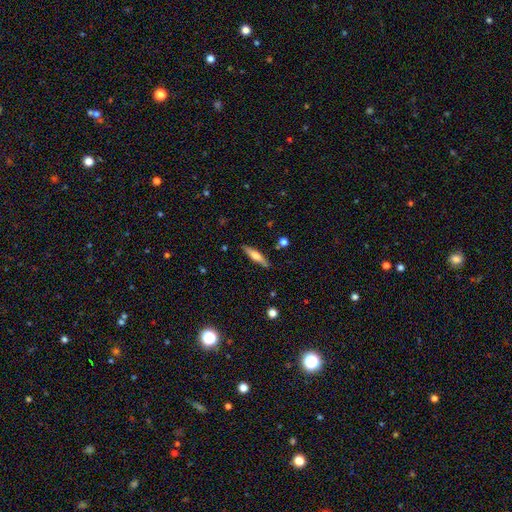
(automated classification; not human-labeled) The model was most divided on "smooth or featured": featured or disk: 47%, smooth: 46%, star or artifact: 7%. More confident: merging — none (86%).